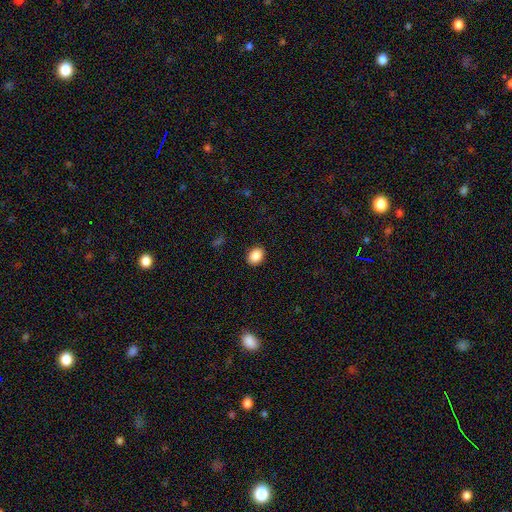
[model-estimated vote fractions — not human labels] Morphology: type=smooth (88%); roundness=in between (67%); merging=none (89%).